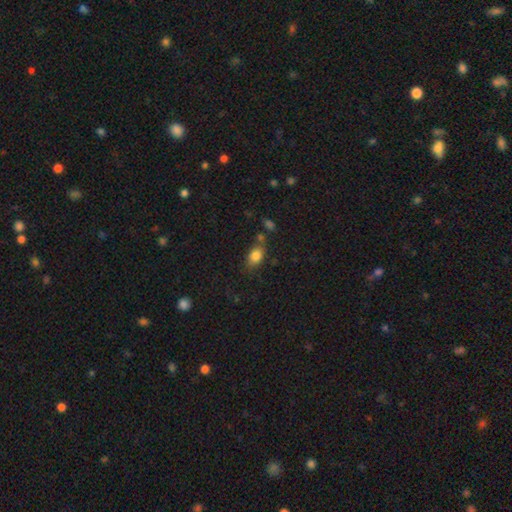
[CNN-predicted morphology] Overall: smooth (82%). How rounded: in between (80%). Merging: none (66%).